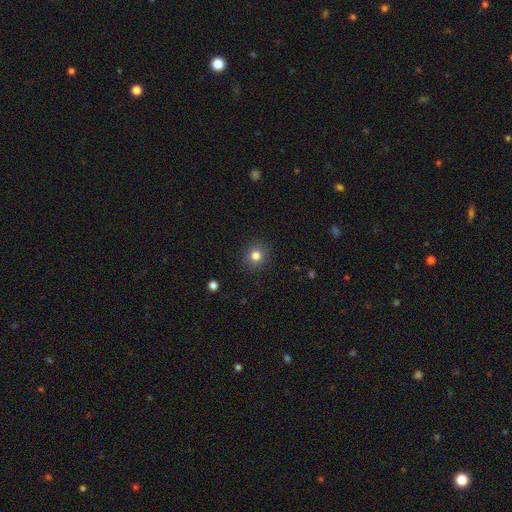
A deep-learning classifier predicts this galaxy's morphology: This is clearly a smooth galaxy (81%). How rounded: clearly round (87%). Merging: clearly none (91%).